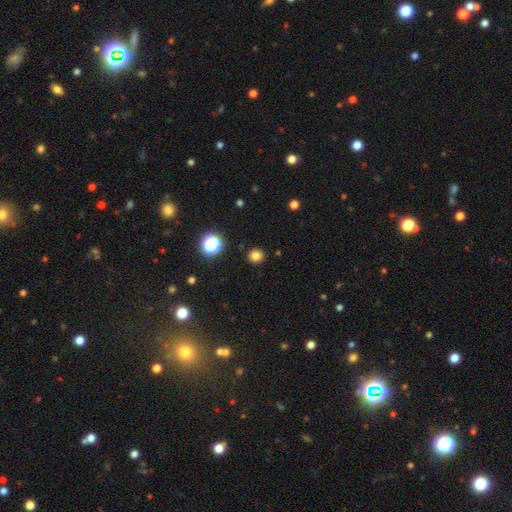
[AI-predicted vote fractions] Q: Smooth or featured?
A: smooth (80%); runner-up: star or artifact (16%)
Q: How rounded?
A: round (88%); runner-up: in between (11%)
Q: Merging?
A: none (91%); runner-up: minor disturbance (6%)